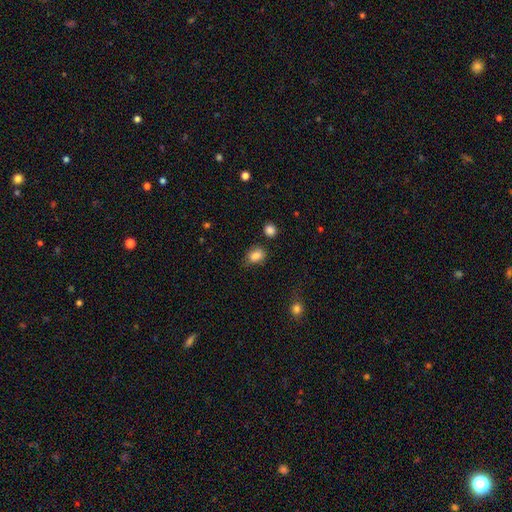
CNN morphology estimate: Q: Smooth or featured?
A: smooth (84%); runner-up: star or artifact (10%)
Q: How rounded?
A: in between (65%); runner-up: round (34%)
Q: Merging?
A: none (64%); runner-up: minor disturbance (24%)